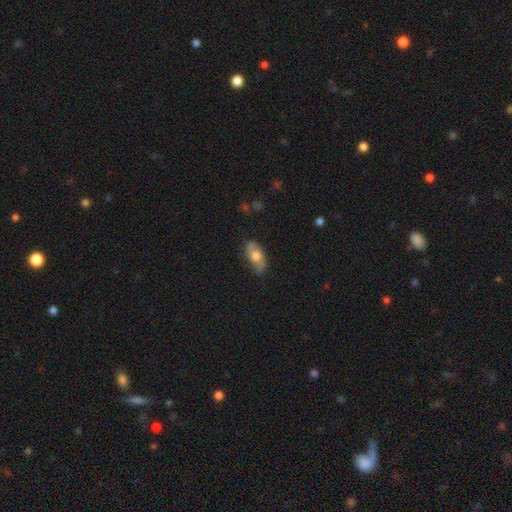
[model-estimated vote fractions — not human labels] Q: Smooth or featured?
A: smooth (53%); runner-up: featured or disk (40%)
Q: How rounded?
A: in between (84%); runner-up: cigar-shaped (10%)
Q: Merging?
A: none (70%); runner-up: minor disturbance (23%)